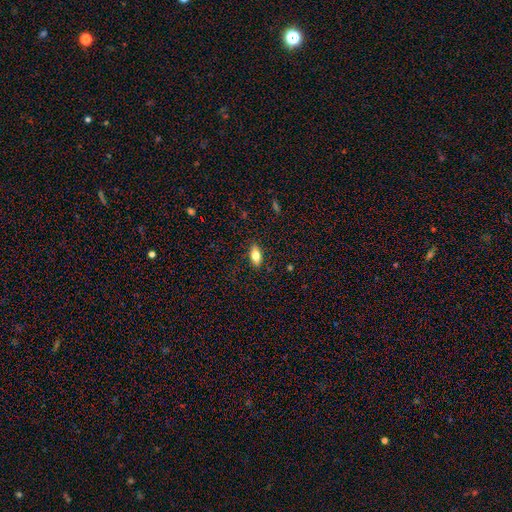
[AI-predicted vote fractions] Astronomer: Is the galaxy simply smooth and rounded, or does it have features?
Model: smooth — 74%.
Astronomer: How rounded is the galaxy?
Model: in between — 84%.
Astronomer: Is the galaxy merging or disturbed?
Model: none — 87%.